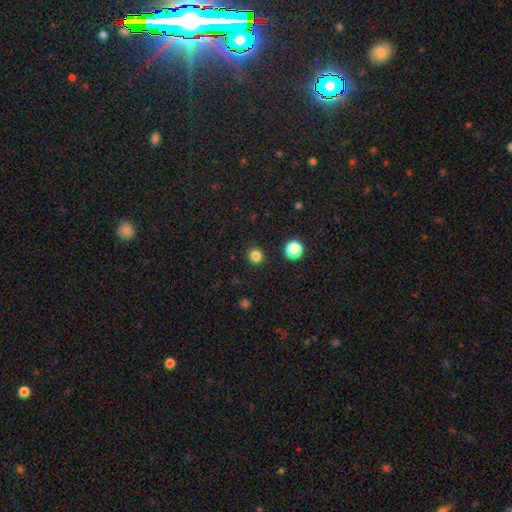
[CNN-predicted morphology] Q: Smooth or featured?
A: smooth (83%); runner-up: star or artifact (14%)
Q: How rounded?
A: round (94%); runner-up: in between (5%)
Q: Merging?
A: none (92%); runner-up: minor disturbance (5%)